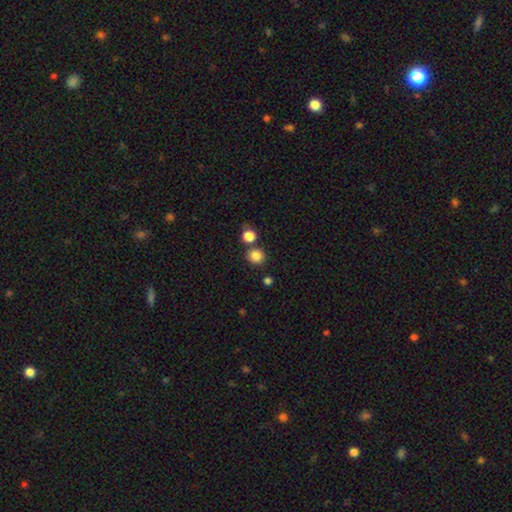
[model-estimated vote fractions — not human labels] The model was most divided on "merging": none: 77%, merger: 13%, minor disturbance: 7%, major disturbance: 3%. More confident: how rounded — round (90%); smooth or featured — smooth (84%).